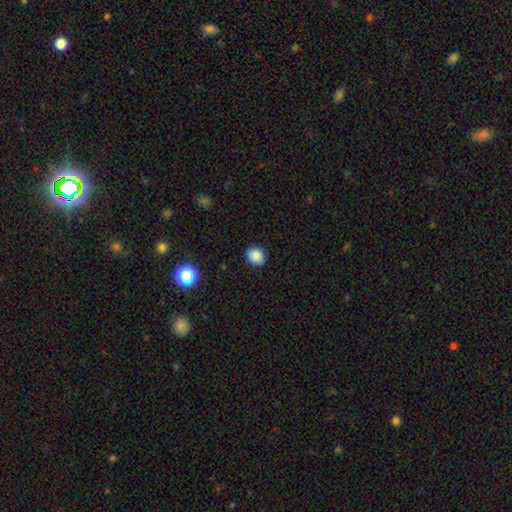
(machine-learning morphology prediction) Smooth or featured?
  - smooth: 85% *
  - star or artifact: 10%
  - featured or disk: 4%
How rounded?
  - round: 67% *
  - in between: 32%
  - cigar-shaped: 1%
Merging?
  - none: 87% *
  - minor disturbance: 10%
  - major disturbance: 2%
  - merger: 1%